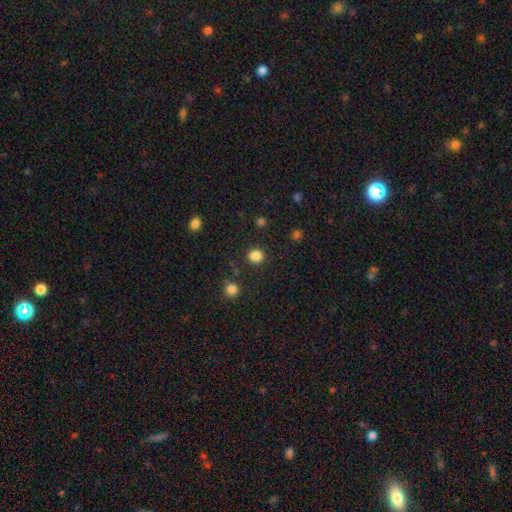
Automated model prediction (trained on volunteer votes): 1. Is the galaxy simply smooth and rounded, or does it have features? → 84% smooth, 12% star or artifact, 3% featured or disk.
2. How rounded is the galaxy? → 87% round, 12% in between, 1% cigar-shaped.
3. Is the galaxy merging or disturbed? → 89% none, 6% minor disturbance, 3% major disturbance, 2% merger.